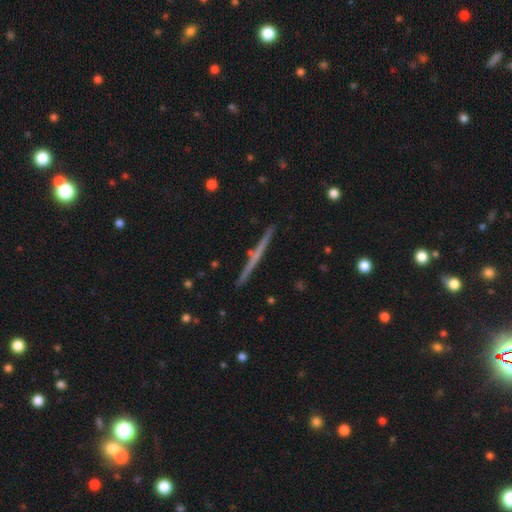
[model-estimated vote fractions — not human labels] This is likely a featured or disk galaxy (64%). It is clearly viewed edge-on (98%). Edge-on bulge: likely none (77%). Merging: clearly none (92%).